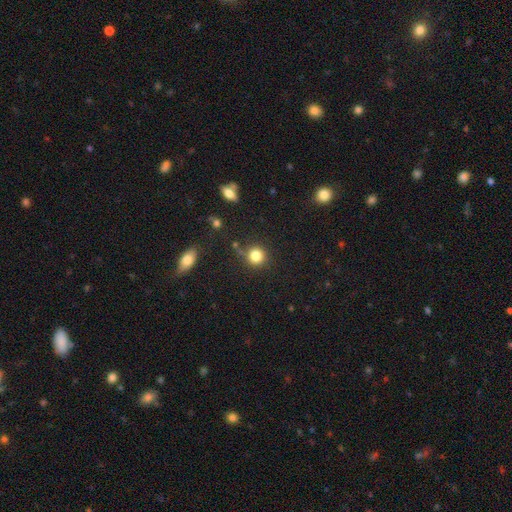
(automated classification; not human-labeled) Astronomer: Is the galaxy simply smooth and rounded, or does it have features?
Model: smooth — 83%.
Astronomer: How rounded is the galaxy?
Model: round — 92%.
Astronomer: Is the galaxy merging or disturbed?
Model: none — 80%.